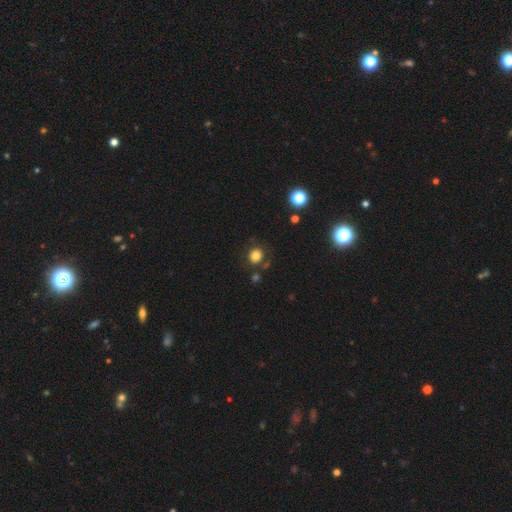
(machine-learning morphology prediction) Smooth or featured: smooth — 80% (star or artifact — 13%)
How rounded: round — 83% (in between — 16%)
Merging: none — 80% (minor disturbance — 10%)